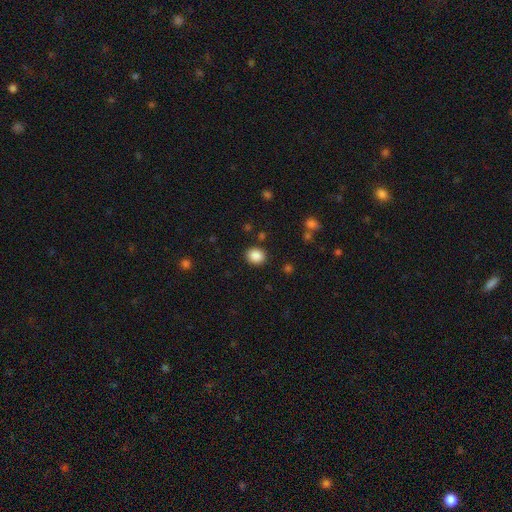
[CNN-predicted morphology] Smooth or featured? Predicted: smooth (p=0.87). How rounded? Predicted: round (p=0.63). Merging? Predicted: none (p=0.88).